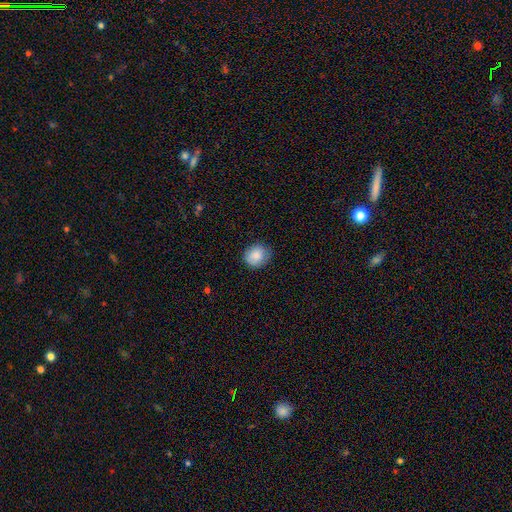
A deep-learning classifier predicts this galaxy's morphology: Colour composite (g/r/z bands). It shows a smooth galaxy with no disk features (86%) that is round (66%). Merging: none (79%).